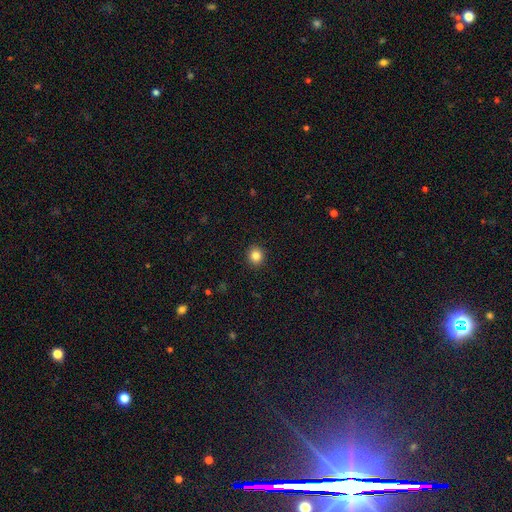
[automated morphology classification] smooth_or_featured: smooth (p=0.84) [alt: star or artifact p=0.11]
how_rounded: round (p=0.87) [alt: in between p=0.12]
merging: none (p=0.92) [alt: minor disturbance p=0.05]